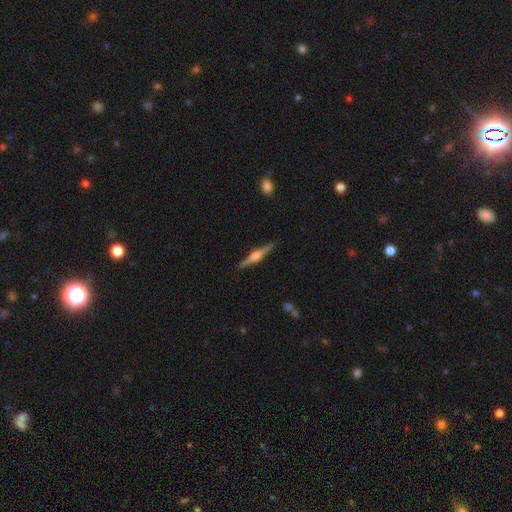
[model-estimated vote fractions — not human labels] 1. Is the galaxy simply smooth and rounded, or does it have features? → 77% featured or disk, 18% smooth, 6% star or artifact.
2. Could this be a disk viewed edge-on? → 98% yes, 2% no.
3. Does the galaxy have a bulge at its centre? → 88% rounded, 9% boxy, 3% none.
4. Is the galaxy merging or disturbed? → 91% none, 6% minor disturbance, 1% major disturbance, 1% merger.